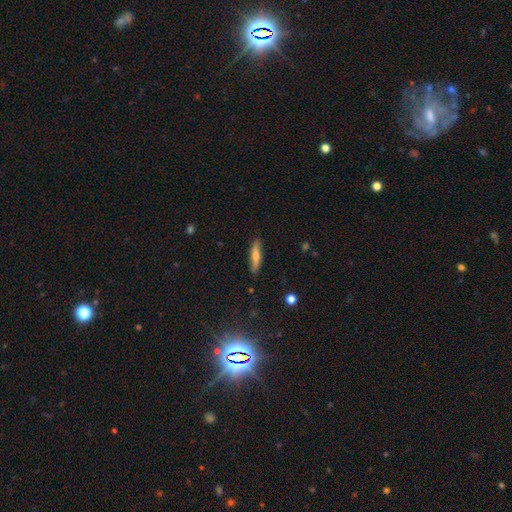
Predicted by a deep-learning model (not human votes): smooth 56%, featured or disk 37%, star or artifact 6%. Down the decision tree: how rounded — cigar-shaped (84%); merging — none (83%).